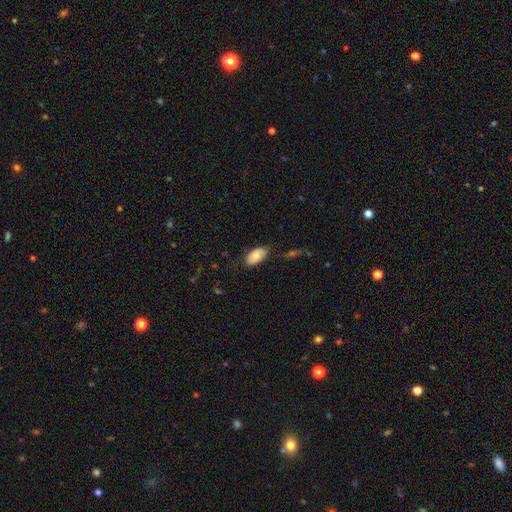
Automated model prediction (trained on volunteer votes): smooth_or_featured: smooth (p=0.75) [alt: featured or disk p=0.18]
how_rounded: in between (p=0.94) [alt: round p=0.03]
merging: none (p=0.75) [alt: minor disturbance p=0.18]